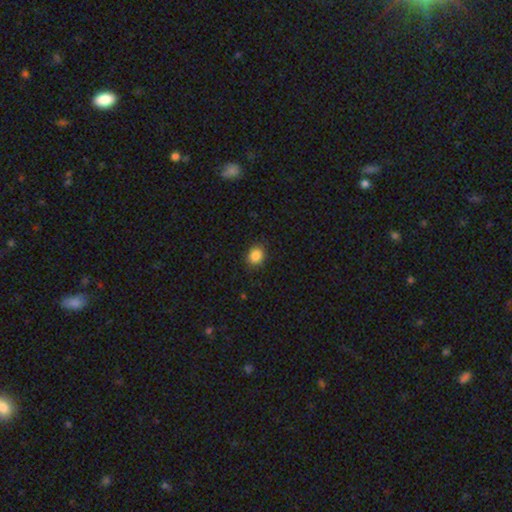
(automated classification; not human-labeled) A smooth galaxy with no disk features (86%) that is round (63%).

Vote fractions:
- Smooth or featured? smooth: 86% / star or artifact: 10% / featured or disk: 4%
- How rounded? round: 63% / in between: 36% / cigar-shaped: 1%
- Merging? none: 90% / minor disturbance: 8% / major disturbance: 2% / merger: 1%